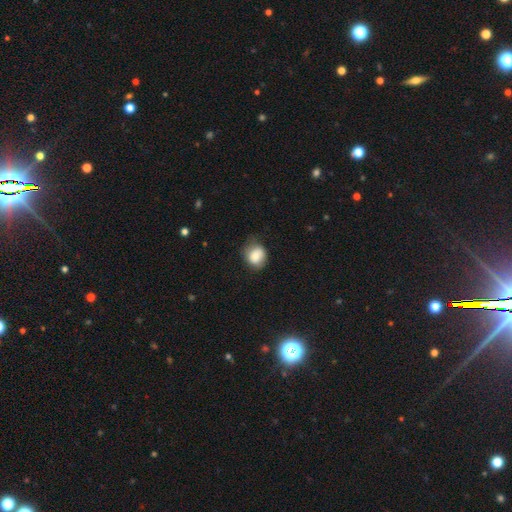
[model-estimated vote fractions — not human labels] Smooth or featured? Predicted: smooth (p=0.79). How rounded? Predicted: round (p=0.60). Merging? Predicted: none (p=0.56).